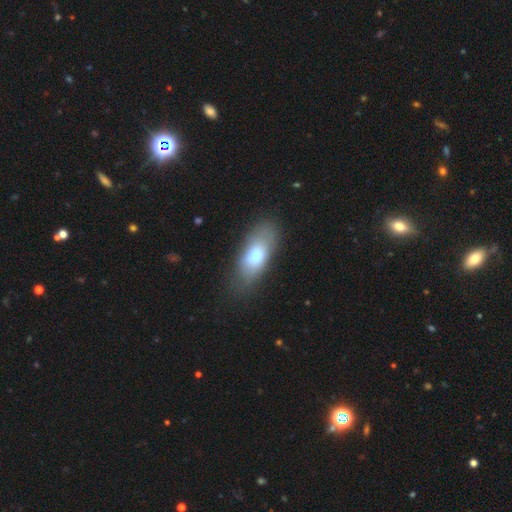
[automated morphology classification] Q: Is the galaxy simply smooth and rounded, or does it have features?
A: smooth — 71%.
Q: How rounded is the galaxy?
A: in between — 83%.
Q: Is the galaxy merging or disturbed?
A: none — 74%.